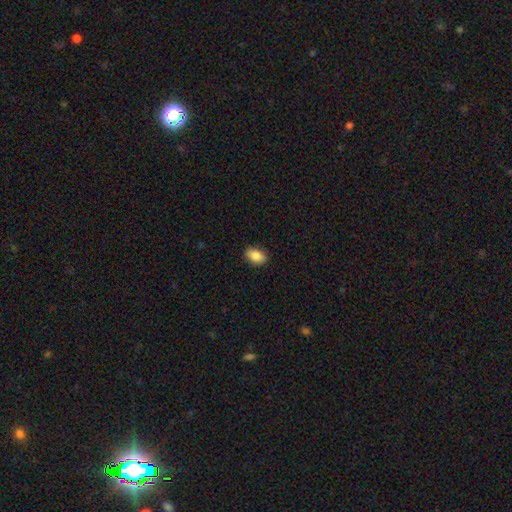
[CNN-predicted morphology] smooth_or_featured: smooth (p=0.88) [alt: star or artifact p=0.08]
how_rounded: in between (p=0.86) [alt: round p=0.12]
merging: none (p=0.88) [alt: minor disturbance p=0.09]